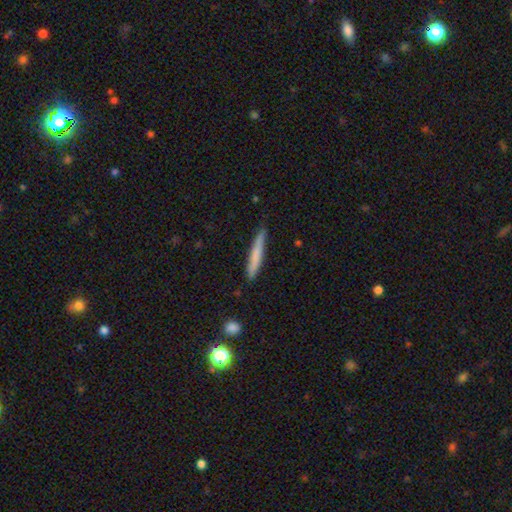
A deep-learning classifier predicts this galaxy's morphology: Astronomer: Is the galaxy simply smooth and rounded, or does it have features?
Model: smooth — 70%.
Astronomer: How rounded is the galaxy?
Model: cigar-shaped — 95%.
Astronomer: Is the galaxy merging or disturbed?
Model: none — 85%.